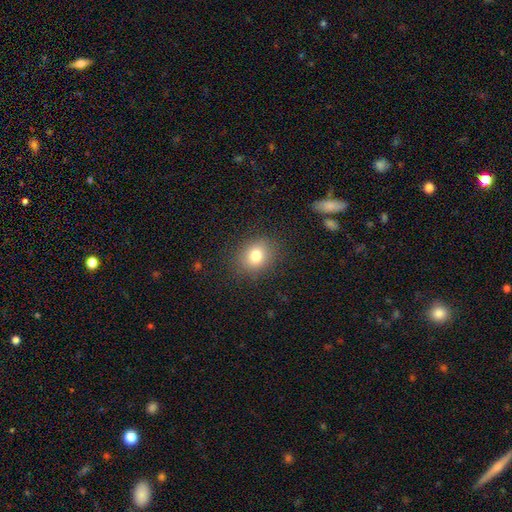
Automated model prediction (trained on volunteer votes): This appears to be a smooth galaxy with no disk features (80%) that is round (58%). Merging: none (86%).